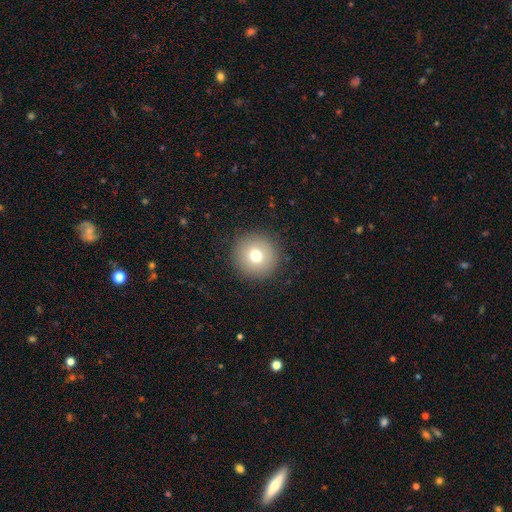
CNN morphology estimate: smooth-or-featured: smooth: 73% | featured or disk: 14% | star or artifact: 13%
  how-rounded: round: 95% | in between: 4% | cigar-shaped: 1%
  merging: none: 91% | minor disturbance: 6% | major disturbance: 2% | merger: 1%